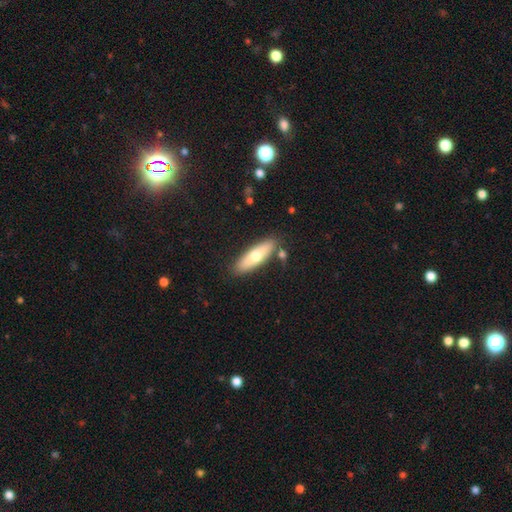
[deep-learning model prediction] A smooth galaxy with no disk features (63%) that is cigar-shaped (54%). Merging: none (82%).